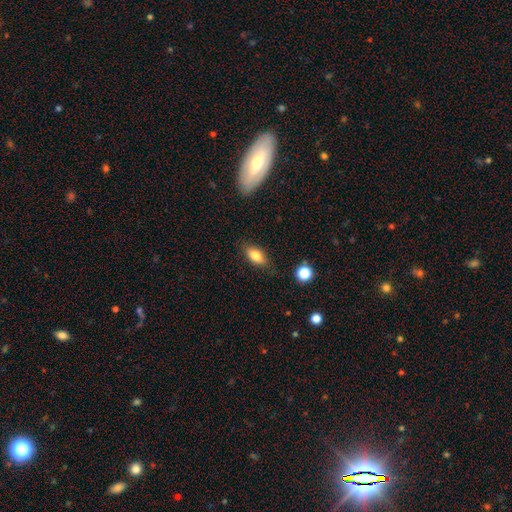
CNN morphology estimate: Smooth or featured? smooth (78%)
How rounded? in between (84%)
Merging? none (80%)